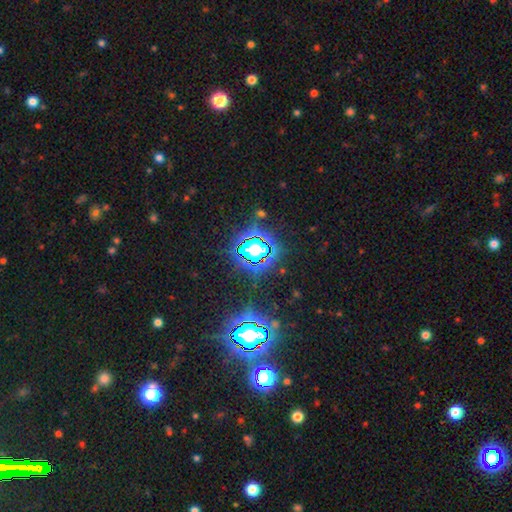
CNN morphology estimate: This is likely a star or artifact rather than a galaxy (76%).